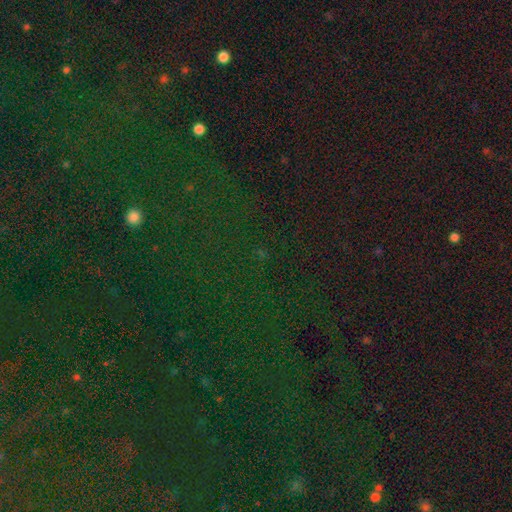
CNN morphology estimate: Smooth or featured? star or artifact (82%)